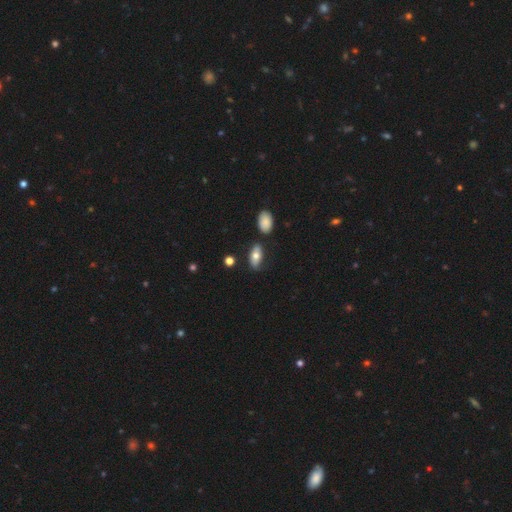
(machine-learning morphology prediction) smooth-or-featured: smooth: 69% | featured or disk: 24% | star or artifact: 7%
  how-rounded: in between: 85% | cigar-shaped: 11% | round: 4%
  merging: none: 71% | minor disturbance: 18% | merger: 6% | major disturbance: 5%